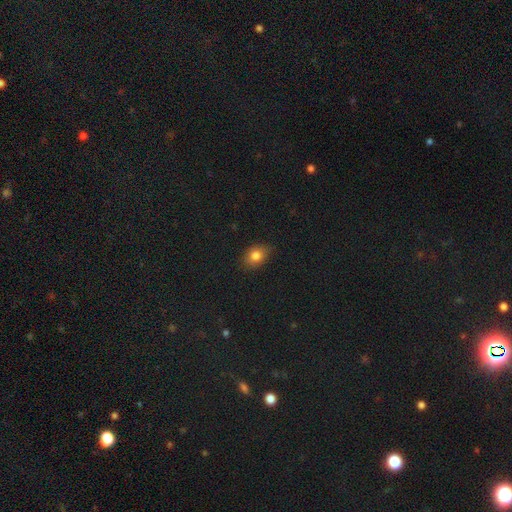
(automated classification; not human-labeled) This is clearly a smooth galaxy (81%). How rounded: likely in between (64%). Merging: clearly none (82%).